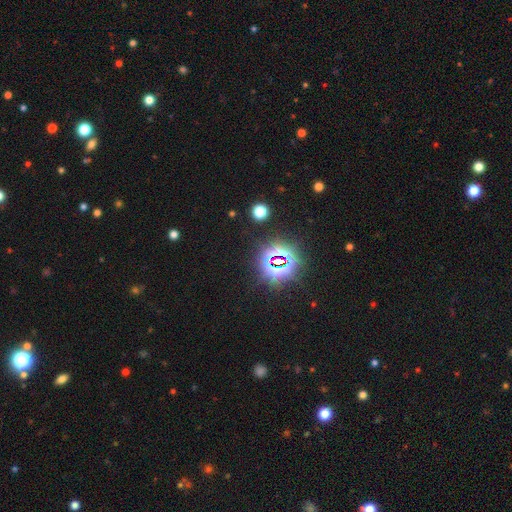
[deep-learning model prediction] This appears to be a star or artifact, not a galaxy (82%).